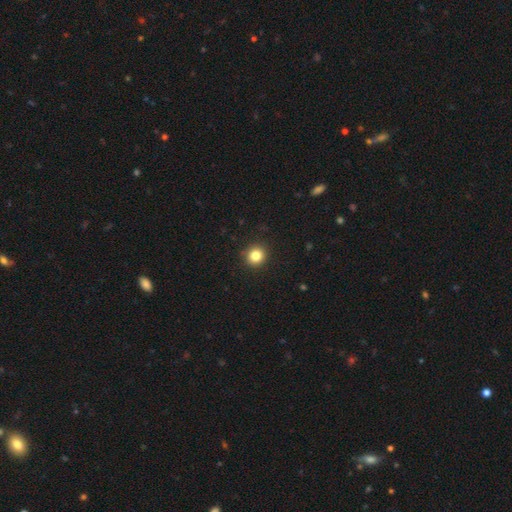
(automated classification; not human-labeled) Smooth or featured? smooth (83%)
How rounded? round (89%)
Merging? none (92%)